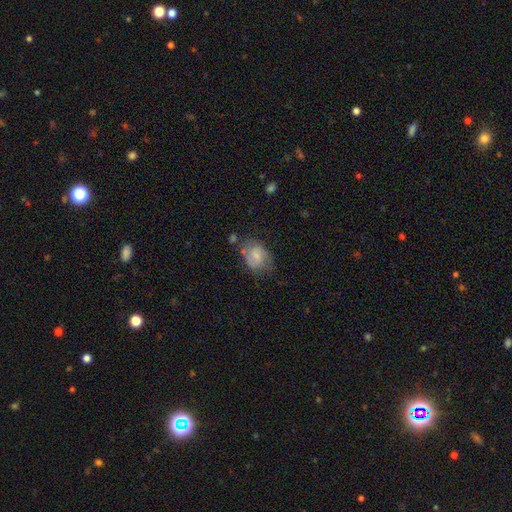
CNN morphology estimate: Smooth or featured: smooth — 57% (featured or disk — 35%)
How rounded: in between — 63% (round — 35%)
Merging: none — 56% (minor disturbance — 27%)